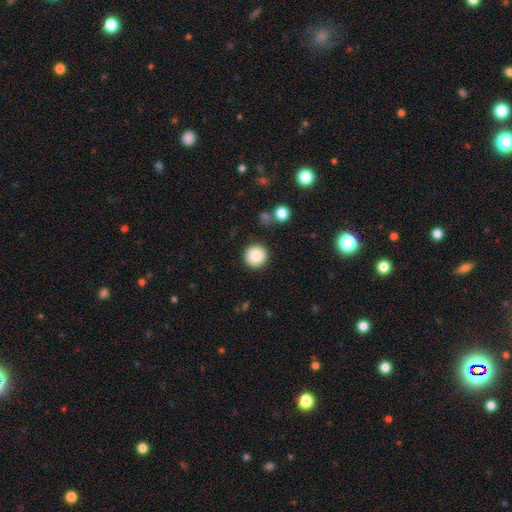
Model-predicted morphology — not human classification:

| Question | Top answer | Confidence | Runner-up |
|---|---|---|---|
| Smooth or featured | smooth | 83% | featured or disk (9%) |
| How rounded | round | 94% | in between (5%) |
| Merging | none | 88% | minor disturbance (7%) |